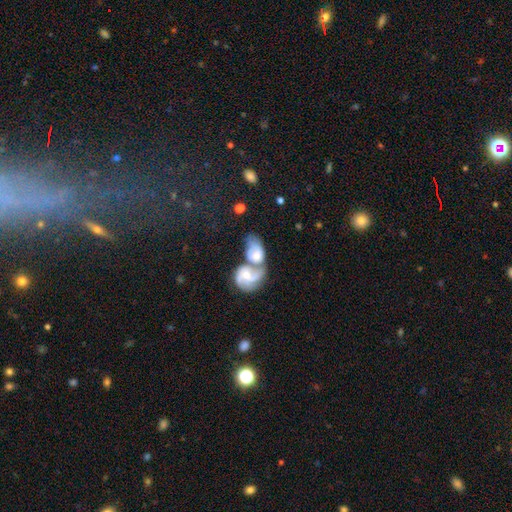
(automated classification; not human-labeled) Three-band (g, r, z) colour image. It shows a featured or disk galaxy (67%) with no bar (56%), 2 (64%) medium (45%) spiral arms (87%) and a moderate central bulge (52%). Merging: merger (73%).